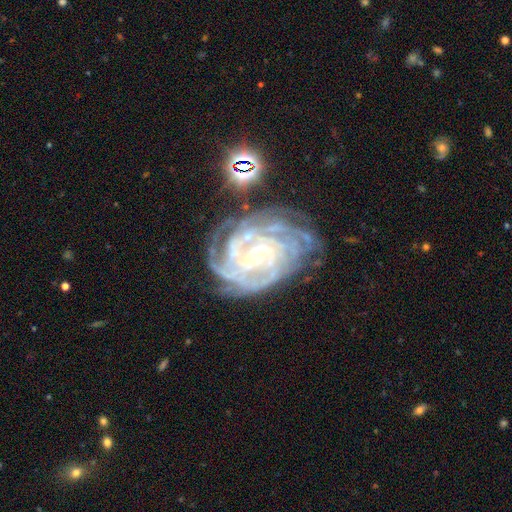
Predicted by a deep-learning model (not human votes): A featured or disk galaxy (89%) with no bar (57%), 4 (29%) tight (76%) spiral arms (97%) and a small central bulge (78%).

Vote fractions:
- Smooth or featured? featured or disk: 89% / star or artifact: 6% / smooth: 5%
- Edge-on disk? no: 97% / yes: 3%
- Bar? no: 57% / weak: 30% / strong: 13%
- Spiral arms? yes: 97% / no: 3%
- Spiral winding? tight: 76% / medium: 20% / loose: 4%
- Spiral arm count? 4: 29% / more than 4: 24% / can't tell: 21% / 3: 12% / 2: 8% / 1: 6%
- Bulge size? small: 78% / moderate: 17% / none: 2% / large: 1% / dominant: 1%
- Merging? none: 63% / minor disturbance: 21% / major disturbance: 11% / merger: 5%